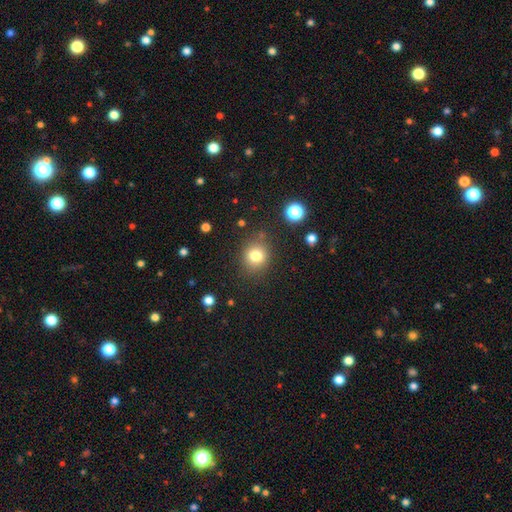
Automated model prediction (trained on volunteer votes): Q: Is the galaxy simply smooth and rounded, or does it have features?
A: smooth — 79%.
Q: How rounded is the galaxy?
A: round — 83%.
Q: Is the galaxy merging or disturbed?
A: none — 82%.